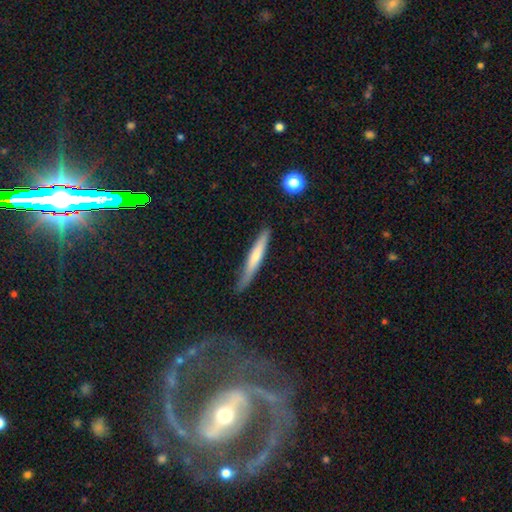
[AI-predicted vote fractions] This is possibly a smooth galaxy (59%). How rounded: clearly cigar-shaped (94%). Merging: likely none (80%).